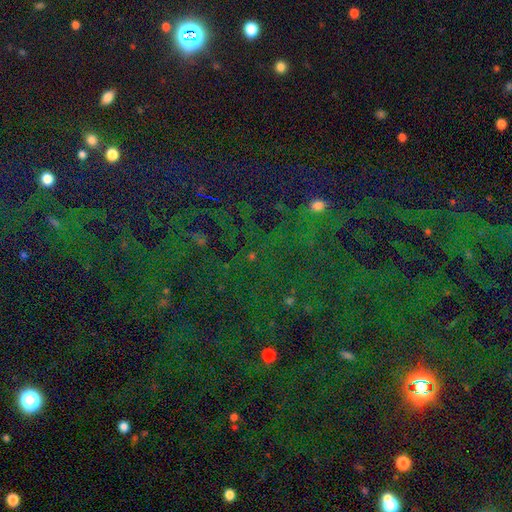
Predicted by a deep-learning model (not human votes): A star or artifact, not a galaxy (77%).

Vote fractions:
- Smooth or featured? star or artifact: 77% / smooth: 14% / featured or disk: 9%